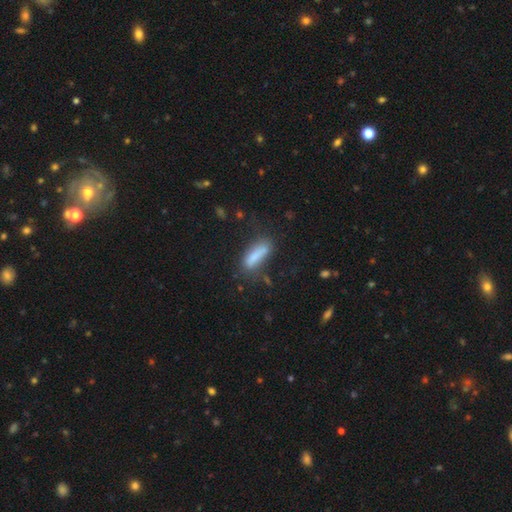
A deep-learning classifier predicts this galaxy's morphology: type=smooth (78%); roundness=cigar-shaped (58%); merging=none (63%).